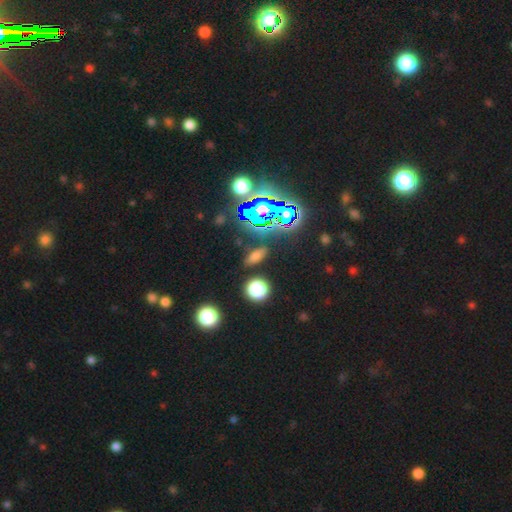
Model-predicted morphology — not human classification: Smooth or featured? smooth (52%)
How rounded? in between (61%)
Merging? none (83%)